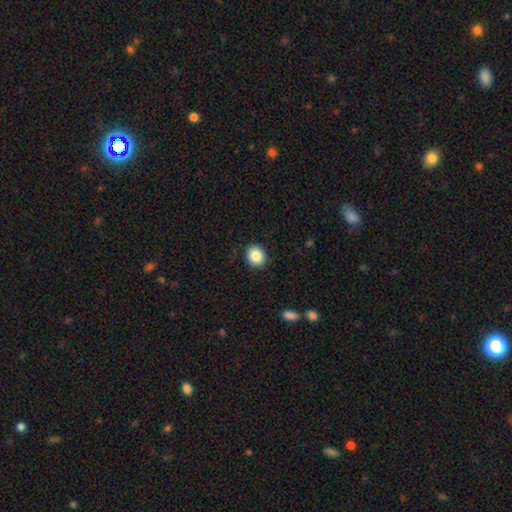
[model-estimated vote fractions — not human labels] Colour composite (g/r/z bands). It shows a smooth galaxy with no disk features (86%) that is round (81%). Merging: none (90%).